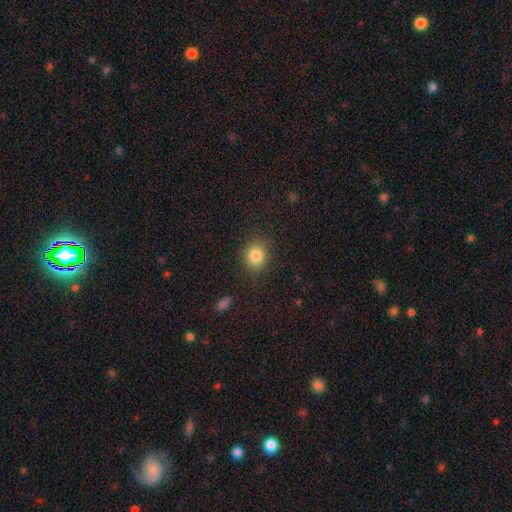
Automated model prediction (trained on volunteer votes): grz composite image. It shows a smooth galaxy with no disk features (84%) that is round (66%). Merging: none (86%).